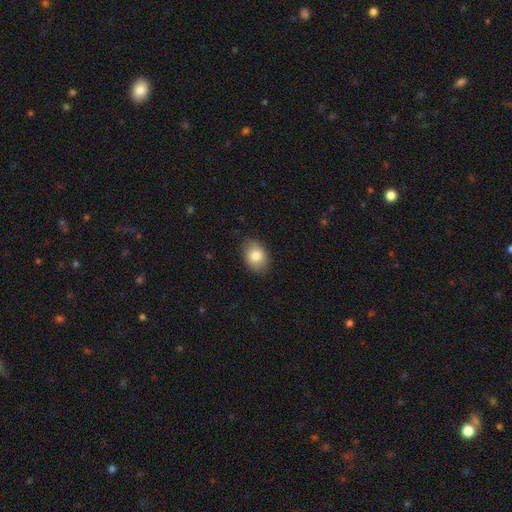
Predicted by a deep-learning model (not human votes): Overall: smooth (83%). How rounded: in between (78%). Merging: none (85%).